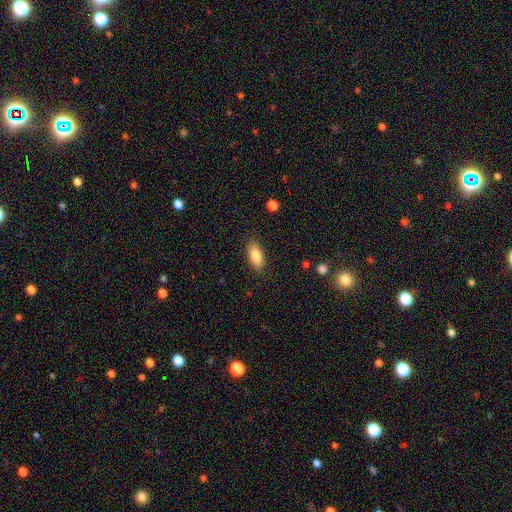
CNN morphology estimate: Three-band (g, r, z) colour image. It shows a smooth galaxy with no disk features (83%) that is in between round and cigar-shaped (82%). Merging: none (85%).